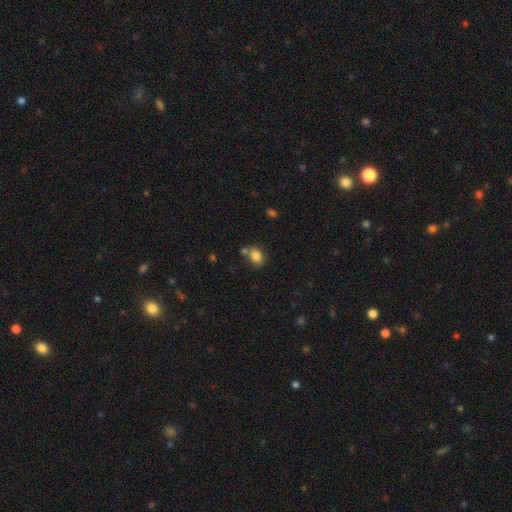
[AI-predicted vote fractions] Smooth or featured: smooth — 84% (star or artifact — 10%)
How rounded: in between — 65% (round — 34%)
Merging: none — 61% (merger — 22%)